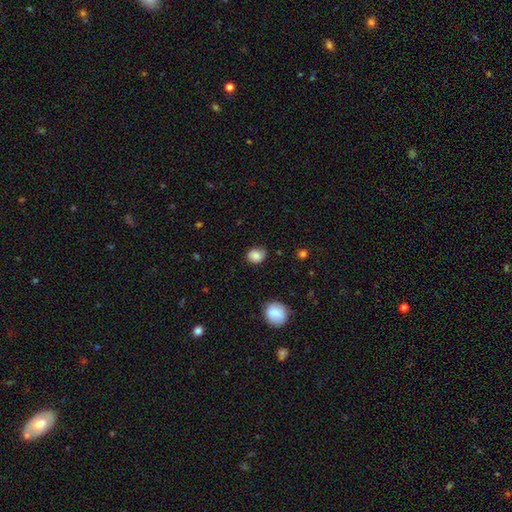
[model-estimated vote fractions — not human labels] A smooth galaxy with no disk features (84%) that is round (66%).

Vote fractions:
- Smooth or featured? smooth: 84% / star or artifact: 10% / featured or disk: 6%
- How rounded? round: 66% / in between: 33% / cigar-shaped: 1%
- Merging? none: 74% / minor disturbance: 21% / major disturbance: 4% / merger: 2%